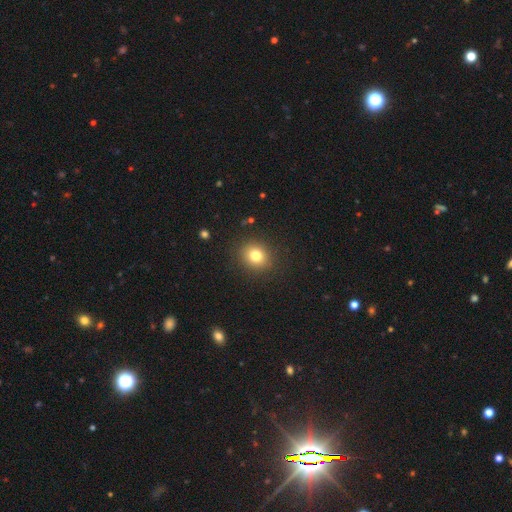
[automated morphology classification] smooth-or-featured: smooth: 79% | star or artifact: 12% | featured or disk: 8%
  how-rounded: round: 76% | in between: 23% | cigar-shaped: 1%
  merging: none: 89% | minor disturbance: 7% | major disturbance: 3% | merger: 1%